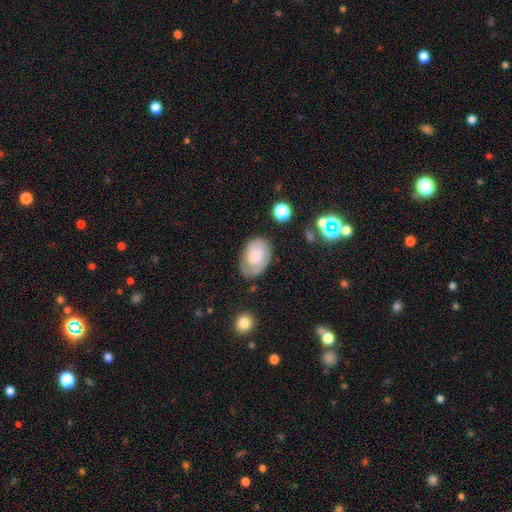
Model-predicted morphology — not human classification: type=smooth (66%); roundness=in between (86%); merging=none (64%).